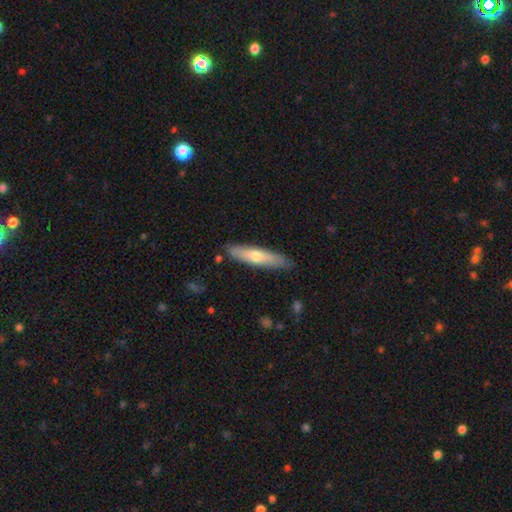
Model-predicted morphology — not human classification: This appears to be a smooth galaxy with no disk features (61%) that is cigar-shaped (83%). Merging: none (84%).